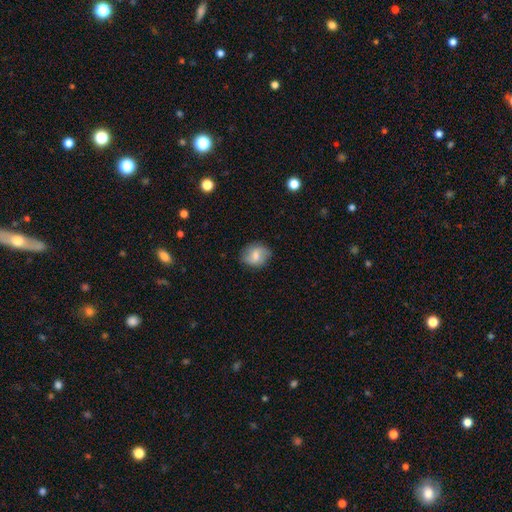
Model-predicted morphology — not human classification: Smooth or featured? smooth (66%)
How rounded? round (60%)
Merging? none (79%)